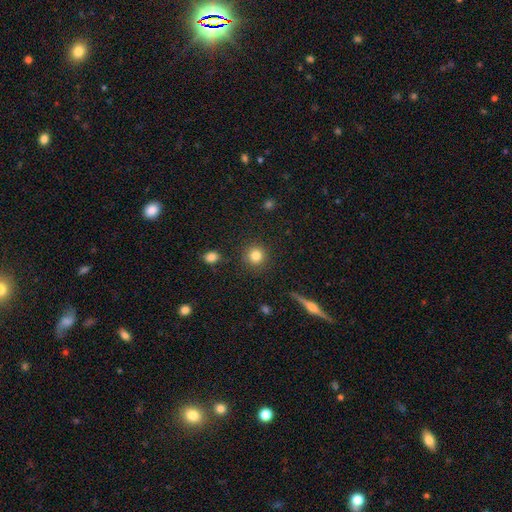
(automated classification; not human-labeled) Smooth or featured?
  - smooth: 83% *
  - star or artifact: 10%
  - featured or disk: 7%
How rounded?
  - round: 93% *
  - in between: 6%
  - cigar-shaped: 1%
Merging?
  - none: 89% *
  - minor disturbance: 6%
  - major disturbance: 3%
  - merger: 2%